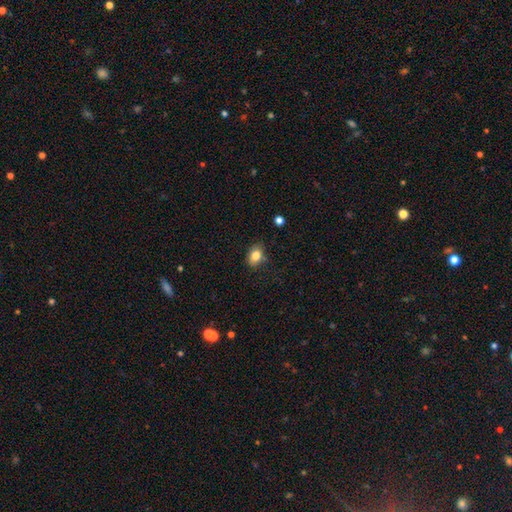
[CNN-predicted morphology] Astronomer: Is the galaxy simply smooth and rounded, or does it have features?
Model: smooth — 81%.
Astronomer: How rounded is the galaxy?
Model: in between — 69%.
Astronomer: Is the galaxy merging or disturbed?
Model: none — 77%.